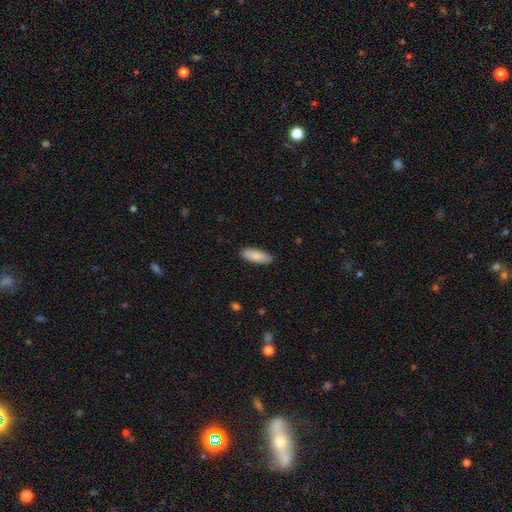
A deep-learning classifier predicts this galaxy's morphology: Smooth or featured? Predicted: smooth (p=0.87). How rounded? Predicted: in between (p=0.71). Merging? Predicted: none (p=0.89).